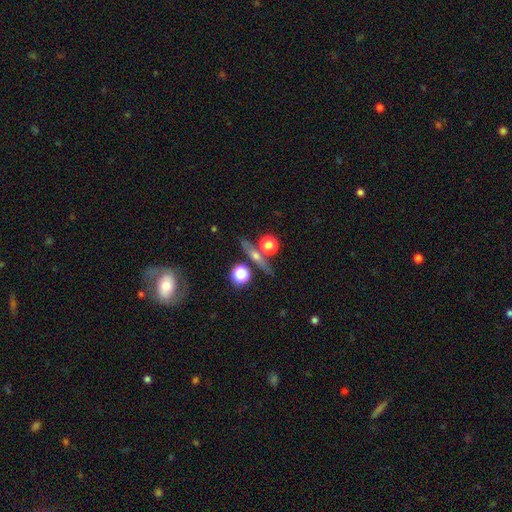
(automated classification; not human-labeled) Q: Smooth or featured?
A: featured or disk (46%); runner-up: smooth (37%)
Q: Merging?
A: none (77%); runner-up: merger (9%)